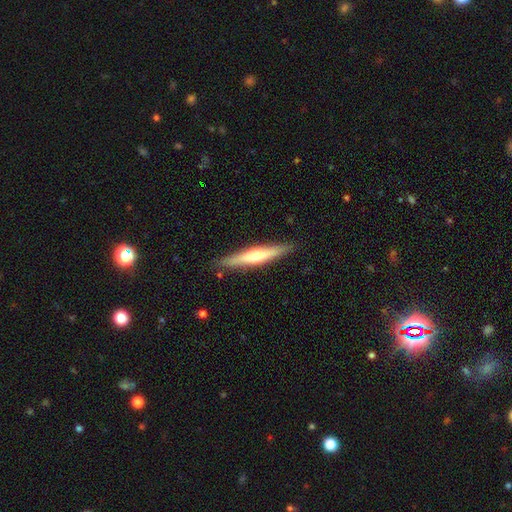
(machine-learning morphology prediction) A featured or disk galaxy (57%) viewed edge-on (96%) with a rounded central bulge (82%). Merging: none (89%).